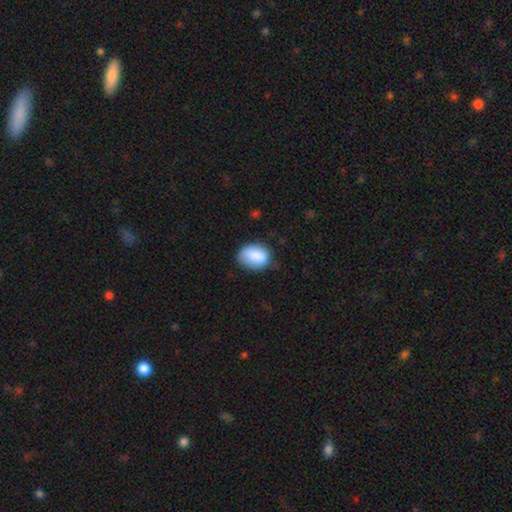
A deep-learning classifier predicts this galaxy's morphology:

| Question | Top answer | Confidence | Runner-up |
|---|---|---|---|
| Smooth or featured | smooth | 85% | featured or disk (8%) |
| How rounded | in between | 74% | round (25%) |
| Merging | none | 65% | minor disturbance (26%) |